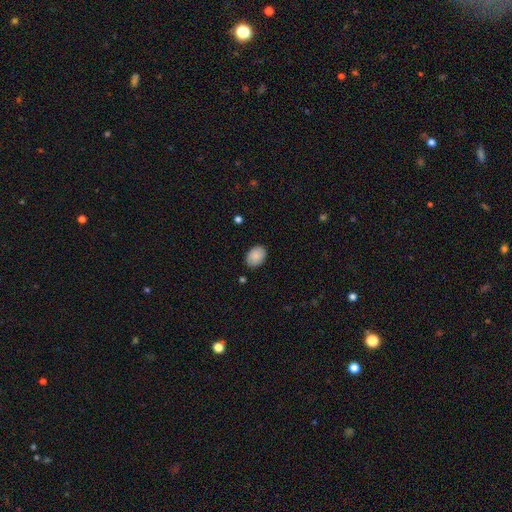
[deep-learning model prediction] smooth-or-featured: smooth: 89% | star or artifact: 7% | featured or disk: 4%
  how-rounded: in between: 81% | round: 18% | cigar-shaped: 1%
  merging: none: 87% | minor disturbance: 10% | major disturbance: 2% | merger: 1%